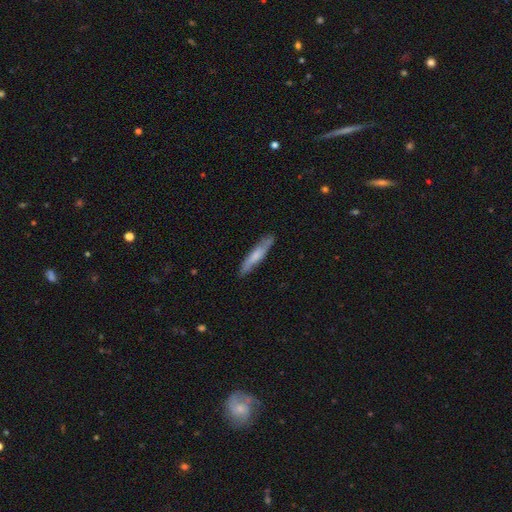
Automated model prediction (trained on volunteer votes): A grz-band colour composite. It shows a smooth galaxy with no disk features (57%) that is cigar-shaped (88%). Merging: none (83%).